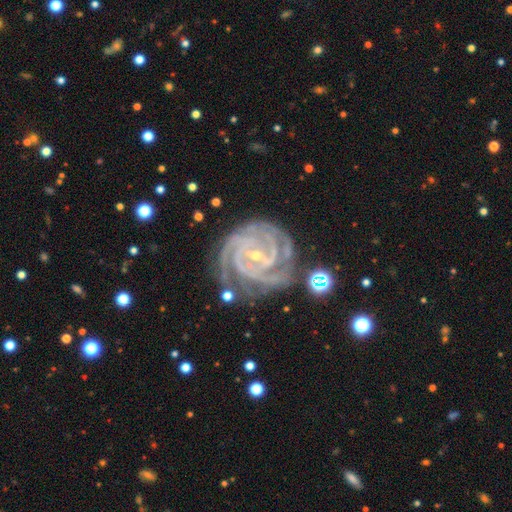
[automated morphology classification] A featured or disk galaxy (92%) with no bar (38%), 4 (35%) tight (81%) spiral arms (99%) and a small central bulge (81%). Merging: none (73%).